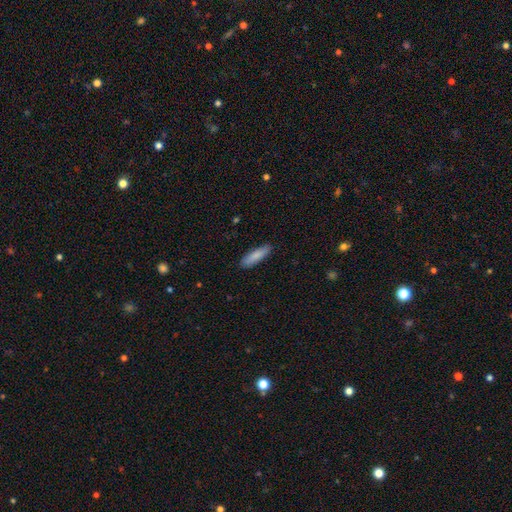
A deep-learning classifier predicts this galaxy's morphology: Smooth or featured: smooth — 85% (featured or disk — 9%)
How rounded: cigar-shaped — 64% (in between — 35%)
Merging: none — 88% (minor disturbance — 9%)